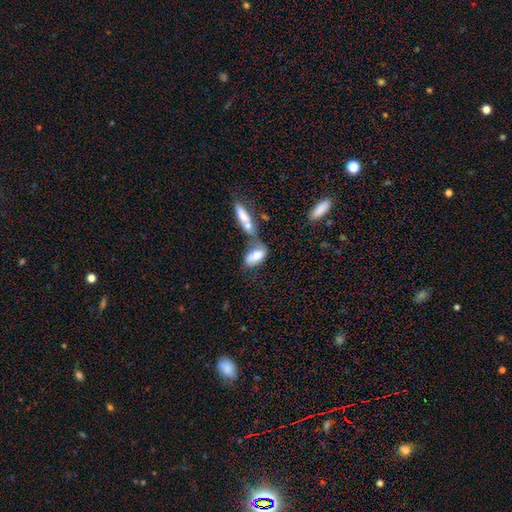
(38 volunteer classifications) Smooth or featured? 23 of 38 (61%) said smooth. How rounded? 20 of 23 (87%) said in between. Merging? 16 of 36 (44%) said merger.